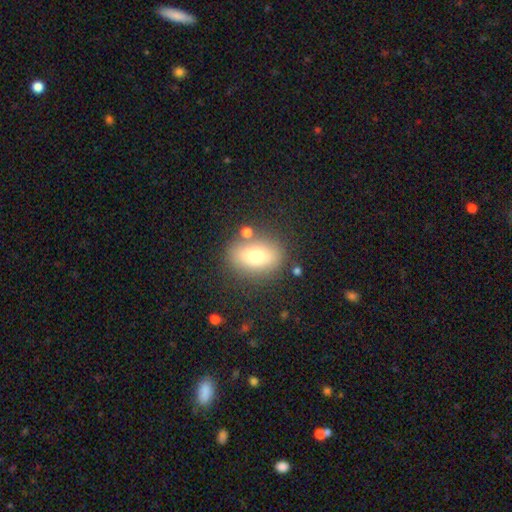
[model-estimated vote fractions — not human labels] The model was most divided on "smooth or featured": smooth: 72%, featured or disk: 19%, star or artifact: 10%. More confident: merging — none (79%); how rounded — in between (77%).